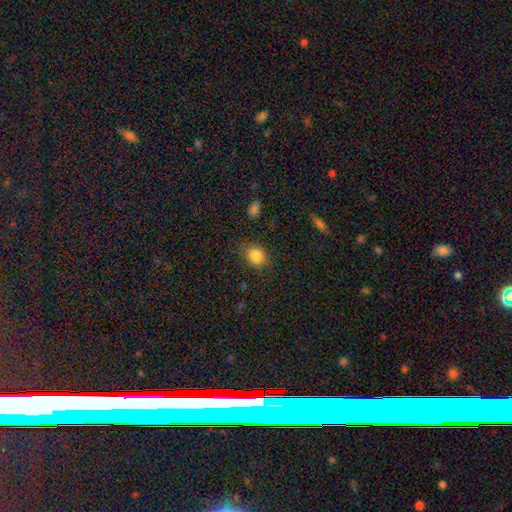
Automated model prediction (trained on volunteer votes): A smooth galaxy with no disk features (86%) that is round (59%). Merging: none (79%).